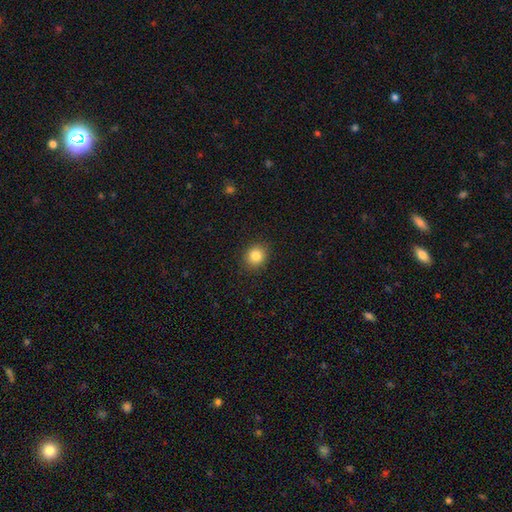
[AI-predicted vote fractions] smooth 83%, star or artifact 11%, featured or disk 6%. Down the decision tree: how rounded — round (79%); merging — none (90%).